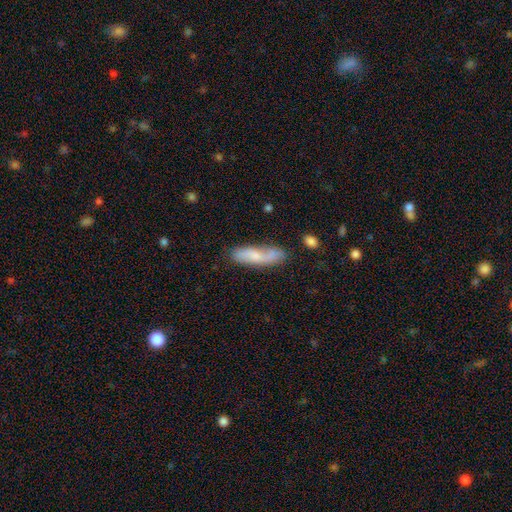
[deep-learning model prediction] smooth 56%, featured or disk 37%, star or artifact 7%. Down the decision tree: how rounded — cigar-shaped (57%); merging — none (64%).